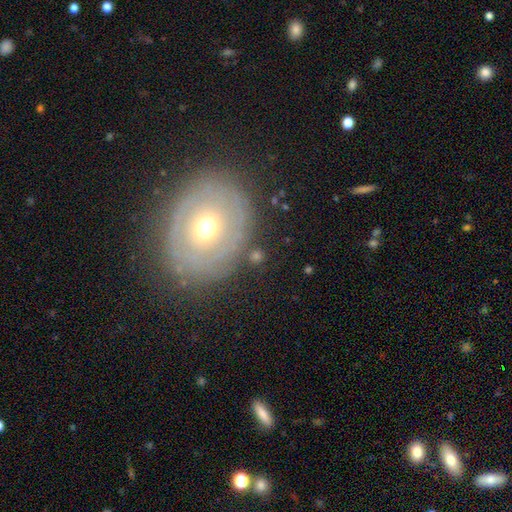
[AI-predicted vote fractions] smooth-or-featured: smooth: 48% | featured or disk: 36% | star or artifact: 16%
  merging: none: 79% | minor disturbance: 11% | major disturbance: 6% | merger: 4%